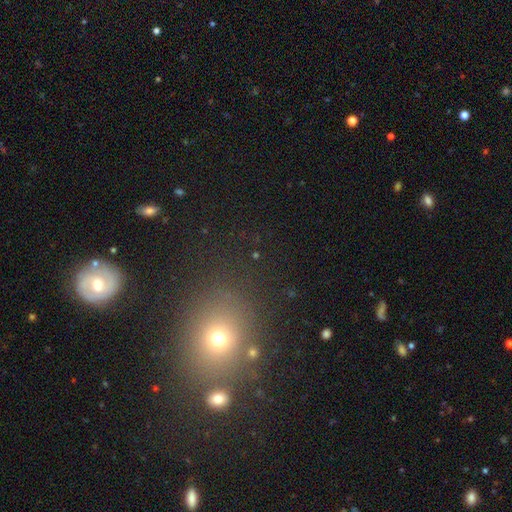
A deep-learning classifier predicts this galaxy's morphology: smooth_or_featured: smooth (p=0.47) [alt: star or artifact p=0.41]
merging: none (p=0.77) [alt: minor disturbance p=0.10]